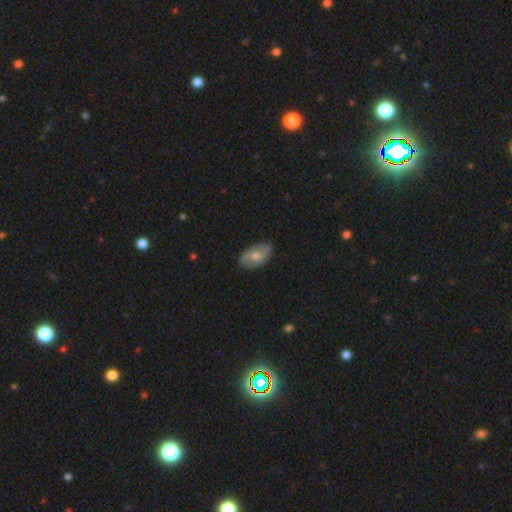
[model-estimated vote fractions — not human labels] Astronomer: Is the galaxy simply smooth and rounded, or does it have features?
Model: smooth — 51% (runner-up: featured or disk, 41%).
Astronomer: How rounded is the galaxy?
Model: in between — 91%.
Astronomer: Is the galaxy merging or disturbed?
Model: none — 79%.